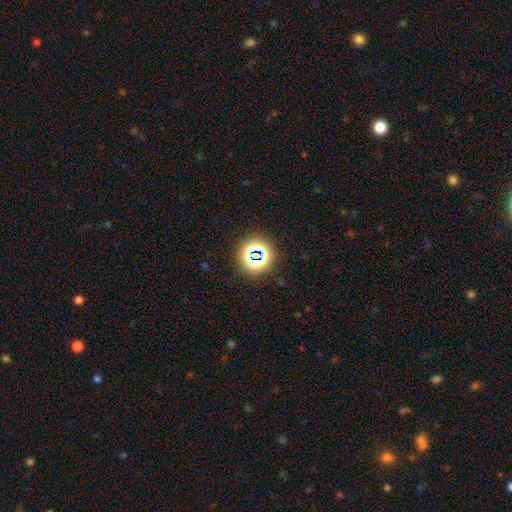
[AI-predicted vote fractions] Morphology: type=star or artifact (63%).